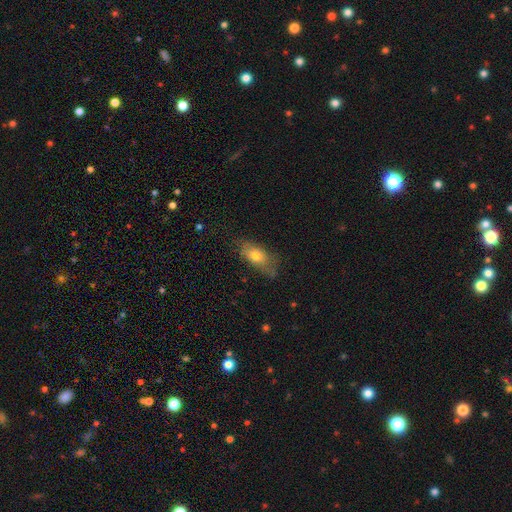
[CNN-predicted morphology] A smooth galaxy with no disk features (70%) that is in between round and cigar-shaped (80%).

Vote fractions:
- Smooth or featured? smooth: 70% / featured or disk: 22% / star or artifact: 9%
- How rounded? in between: 80% / cigar-shaped: 13% / round: 7%
- Merging? none: 62% / minor disturbance: 27% / major disturbance: 9% / merger: 2%